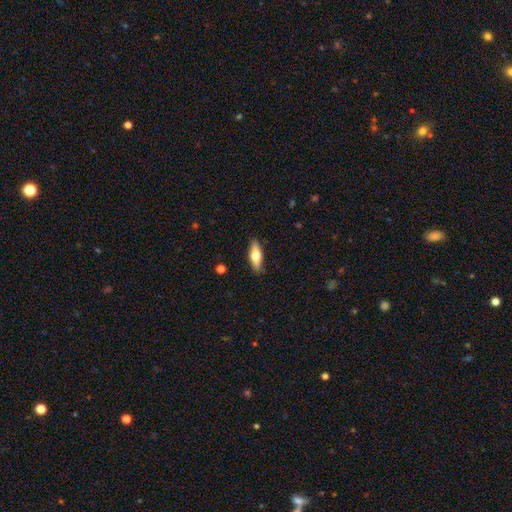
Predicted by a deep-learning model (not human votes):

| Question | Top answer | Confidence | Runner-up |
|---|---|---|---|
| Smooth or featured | smooth | 66% | featured or disk (28%) |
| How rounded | in between | 62% | cigar-shaped (36%) |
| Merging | none | 87% | minor disturbance (10%) |